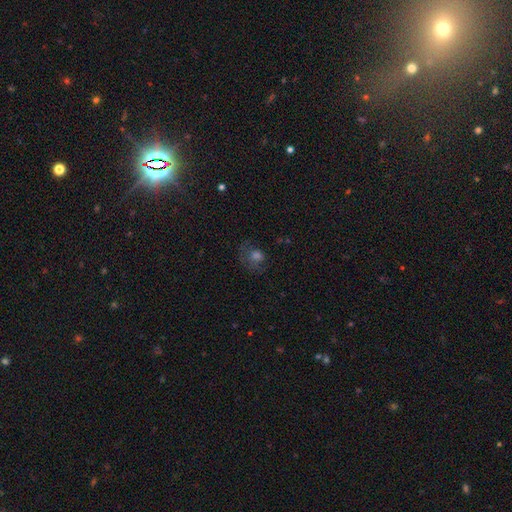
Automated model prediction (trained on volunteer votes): A smooth galaxy with no disk features (49%). Merging: none (57%).